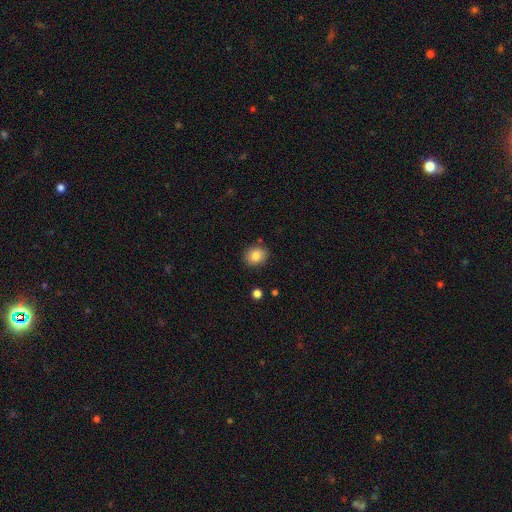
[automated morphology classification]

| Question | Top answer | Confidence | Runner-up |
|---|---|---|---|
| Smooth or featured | smooth | 84% | star or artifact (9%) |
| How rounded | round | 65% | in between (34%) |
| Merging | none | 85% | minor disturbance (10%) |